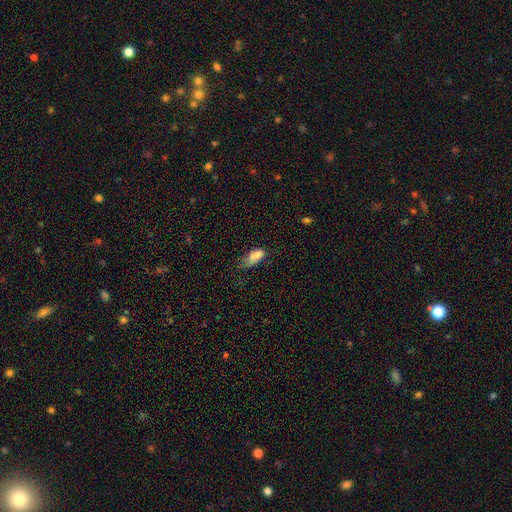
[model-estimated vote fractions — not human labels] Morphology: type=smooth (83%); roundness=in between (87%); merging=minor disturbance (42%).